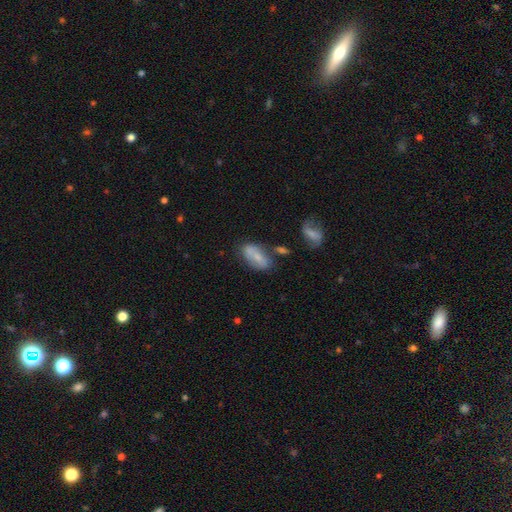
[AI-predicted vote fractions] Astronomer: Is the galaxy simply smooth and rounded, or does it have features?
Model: smooth — 59%.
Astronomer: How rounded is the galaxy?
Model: in between — 87%.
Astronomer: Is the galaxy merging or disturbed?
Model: none — 56%.